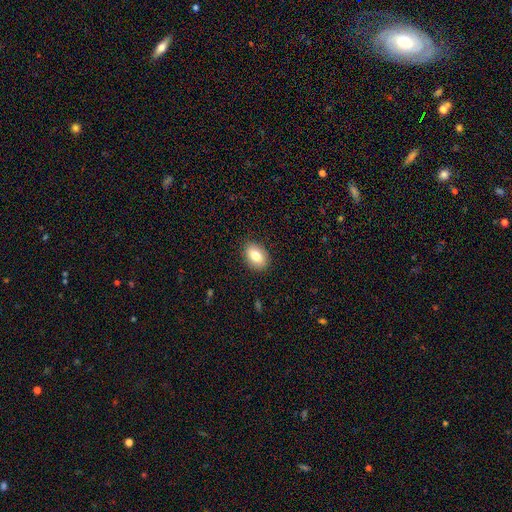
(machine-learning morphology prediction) Q: Smooth or featured?
A: smooth (80%); runner-up: featured or disk (12%)
Q: How rounded?
A: in between (83%); runner-up: round (16%)
Q: Merging?
A: none (88%); runner-up: minor disturbance (9%)